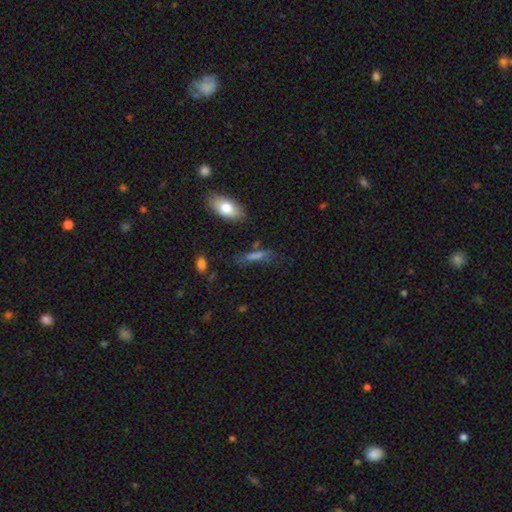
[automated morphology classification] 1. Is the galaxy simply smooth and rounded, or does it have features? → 65% smooth, 21% featured or disk, 14% star or artifact.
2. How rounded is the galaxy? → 55% cigar-shaped, 40% in between, 5% round.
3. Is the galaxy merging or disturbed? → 64% none, 21% minor disturbance, 10% major disturbance, 5% merger.